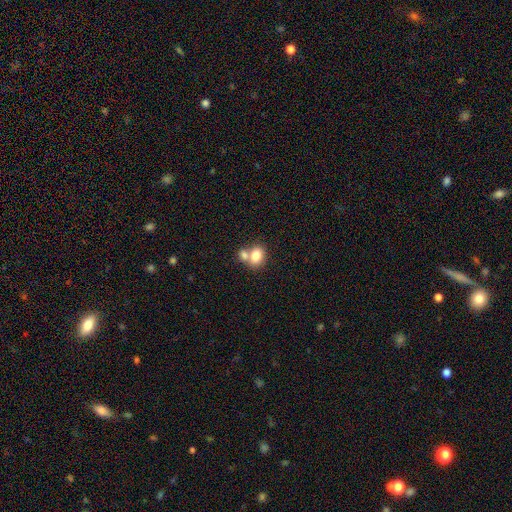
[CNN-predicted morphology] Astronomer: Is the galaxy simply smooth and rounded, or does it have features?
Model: smooth — 80%.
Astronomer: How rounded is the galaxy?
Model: in between — 65%.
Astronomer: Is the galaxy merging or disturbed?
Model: merger — 54% (runner-up: none, 34%).